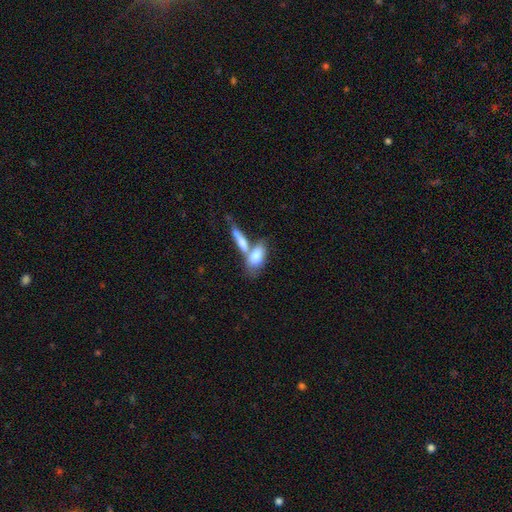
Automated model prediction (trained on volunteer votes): This is likely a smooth galaxy (75%). How rounded: clearly in between (81%). Merging: possibly merger (57%).